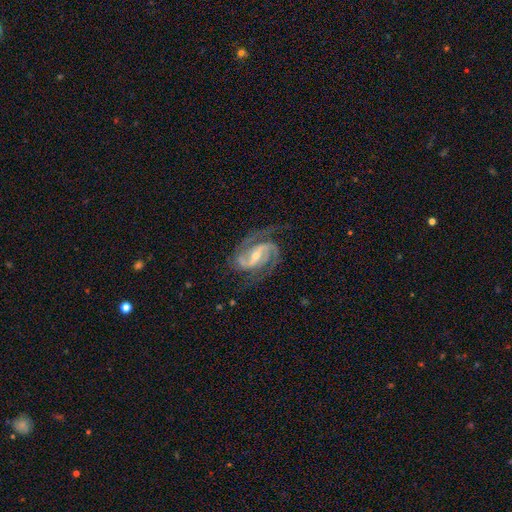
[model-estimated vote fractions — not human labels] Smooth or featured: featured or disk — 93% (star or artifact — 4%)
Edge-on disk: no — 97% (yes — 3%)
Bar: strong — 46% (weak — 38%)
Spiral arms: yes — 98% (no — 2%)
Spiral winding: medium — 57% (tight — 30%)
Spiral arm count: 2 — 83% (3 — 10%)
Bulge size: small — 52% (moderate — 45%)
Merging: none — 74% (minor disturbance — 16%)